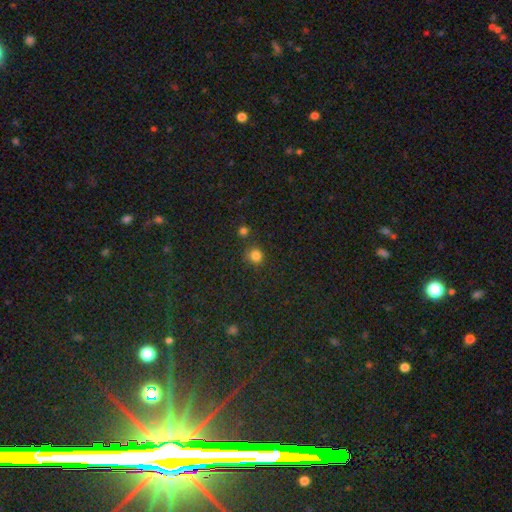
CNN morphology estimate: type=smooth (81%); roundness=round (86%); merging=none (77%).